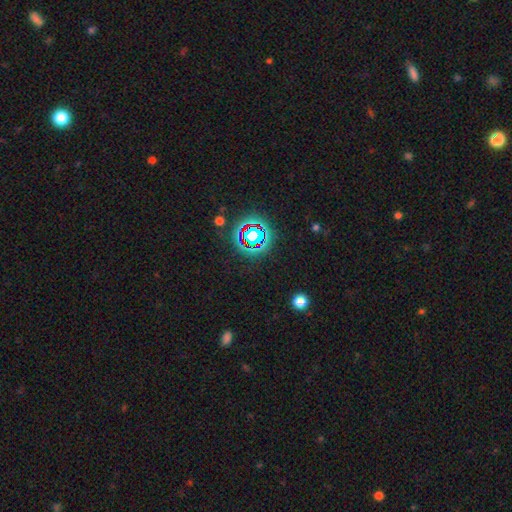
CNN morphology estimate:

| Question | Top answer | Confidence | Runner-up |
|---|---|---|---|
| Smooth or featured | star or artifact | 68% | smooth (22%) |